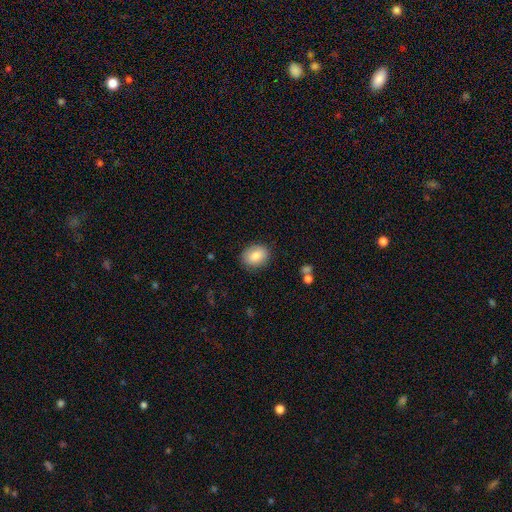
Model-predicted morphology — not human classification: A smooth galaxy with no disk features (82%) that is in between round and cigar-shaped (60%).

Vote fractions:
- Smooth or featured? smooth: 82% / featured or disk: 10% / star or artifact: 8%
- How rounded? in between: 60% / round: 39% / cigar-shaped: 1%
- Merging? none: 86% / minor disturbance: 10% / major disturbance: 3% / merger: 1%